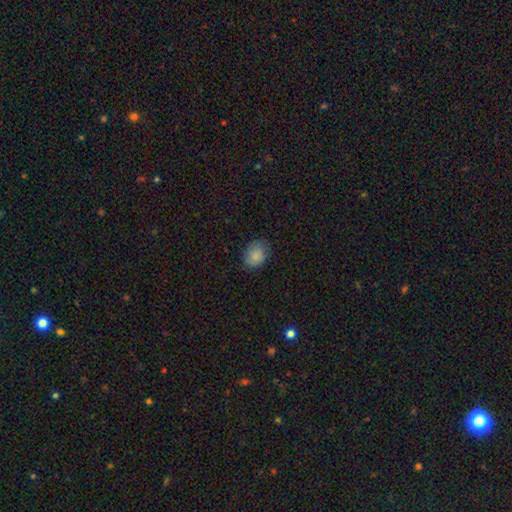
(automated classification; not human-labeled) Smooth or featured? smooth (85%)
How rounded? in between (60%)
Merging? none (76%)